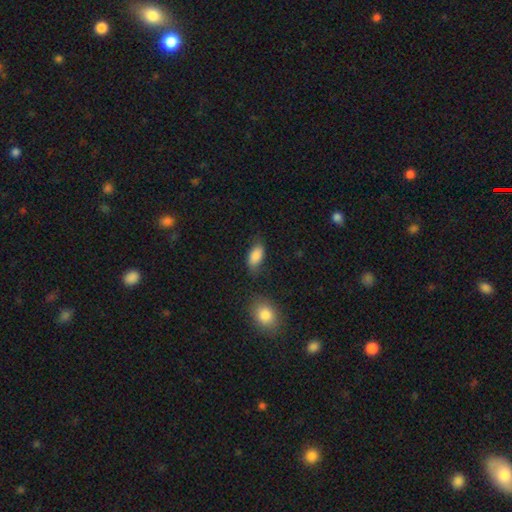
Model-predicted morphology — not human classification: Overall: smooth (86%). How rounded: in between (92%). Merging: none (66%).